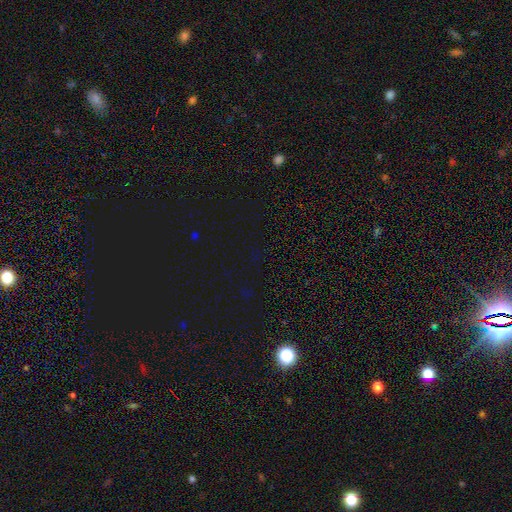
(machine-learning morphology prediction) Smooth or featured? star or artifact (76%)